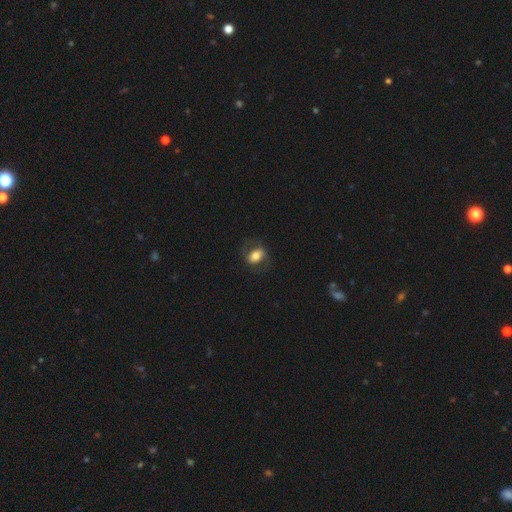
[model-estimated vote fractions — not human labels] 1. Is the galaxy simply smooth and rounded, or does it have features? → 51% smooth, 41% featured or disk, 8% star or artifact.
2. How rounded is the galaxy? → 75% in between, 22% round, 2% cigar-shaped.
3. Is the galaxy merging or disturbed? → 70% none, 17% minor disturbance, 12% major disturbance, 1% merger.